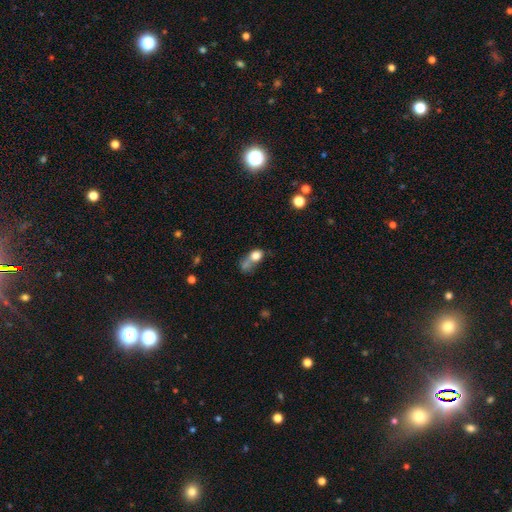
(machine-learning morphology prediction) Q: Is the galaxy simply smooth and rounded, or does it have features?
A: smooth — 75%.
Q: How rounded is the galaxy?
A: in between — 50%.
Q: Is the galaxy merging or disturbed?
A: merger — 47%.